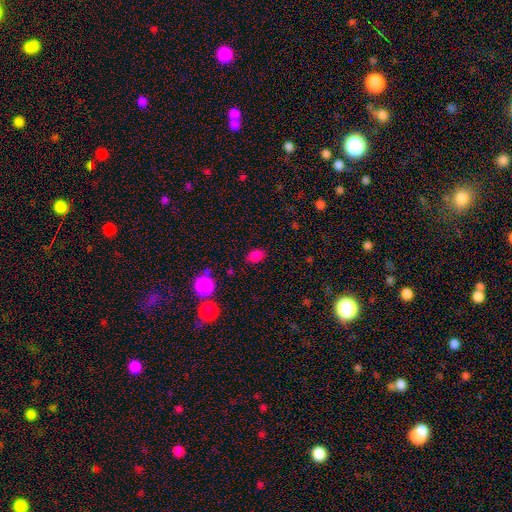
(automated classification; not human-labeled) smooth 82%, star or artifact 13%, featured or disk 5%. Down the decision tree: how rounded — in between (81%); merging — none (83%).